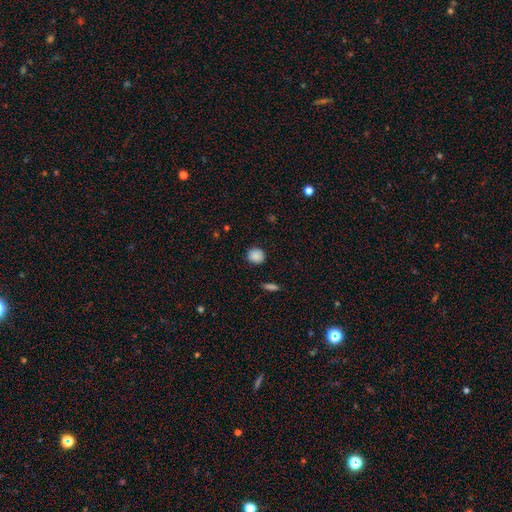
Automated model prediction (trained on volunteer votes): smooth-or-featured: smooth: 88% | star or artifact: 9% | featured or disk: 3%
  how-rounded: round: 88% | in between: 11% | cigar-shaped: 1%
  merging: none: 88% | minor disturbance: 9% | major disturbance: 2% | merger: 1%